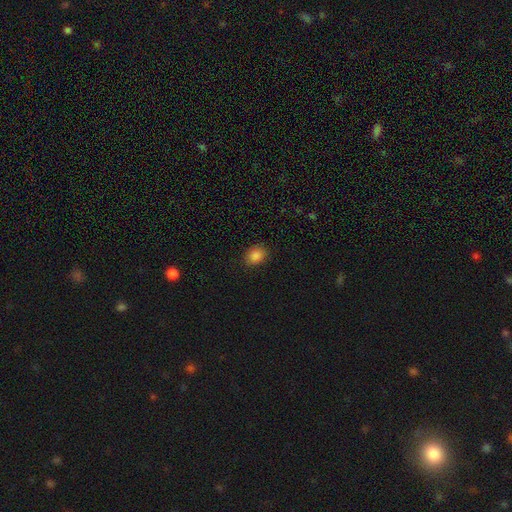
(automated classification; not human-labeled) Smooth or featured?
  - smooth: 86% *
  - star or artifact: 11%
  - featured or disk: 4%
How rounded?
  - in between: 54% *
  - round: 45%
  - cigar-shaped: 1%
Merging?
  - none: 87% *
  - minor disturbance: 10%
  - major disturbance: 2%
  - merger: 1%